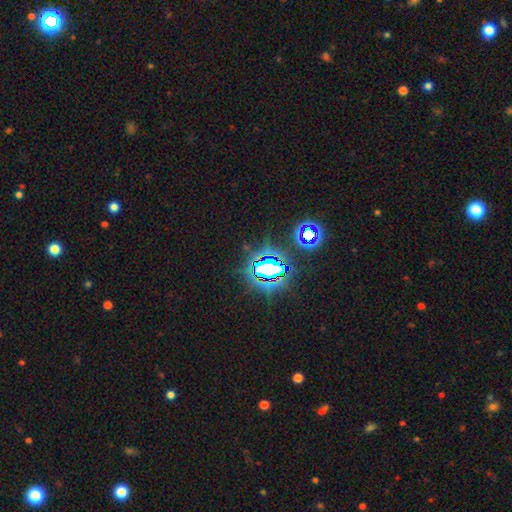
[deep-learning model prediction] This is clearly a star or artifact rather than a galaxy (81%).